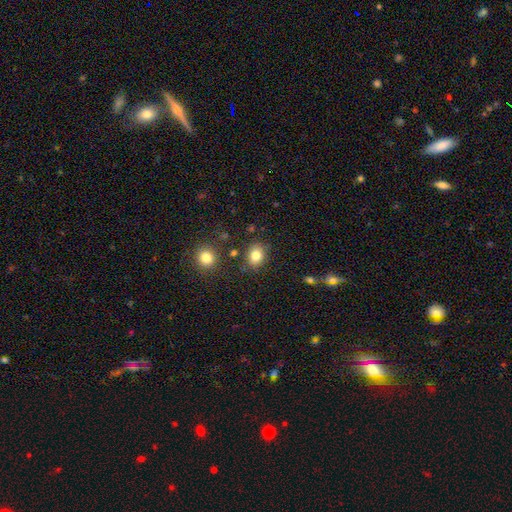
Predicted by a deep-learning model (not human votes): Smooth or featured: smooth — 82% (star or artifact — 10%)
How rounded: in between — 52% (round — 47%)
Merging: none — 82% (minor disturbance — 11%)